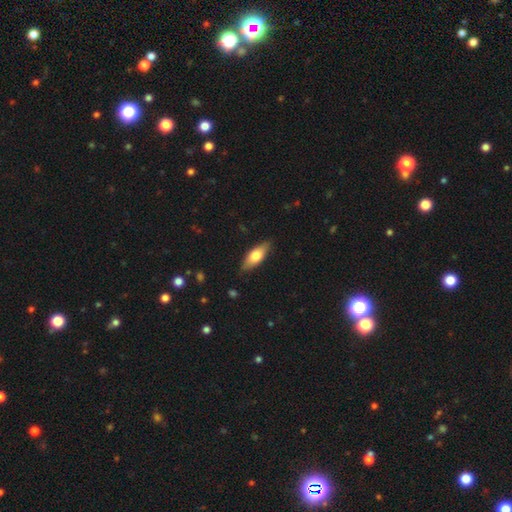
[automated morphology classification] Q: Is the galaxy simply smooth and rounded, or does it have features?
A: smooth — 69%.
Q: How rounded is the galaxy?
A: in between — 73%.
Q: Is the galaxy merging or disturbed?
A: none — 84%.